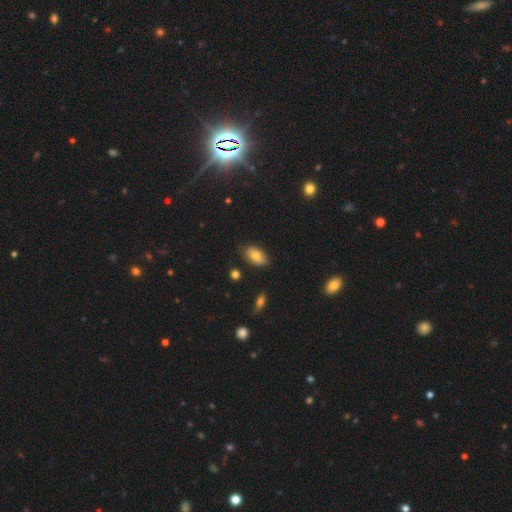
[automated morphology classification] Smooth or featured: smooth — 78% (featured or disk — 14%)
How rounded: in between — 92% (round — 5%)
Merging: none — 80% (minor disturbance — 15%)